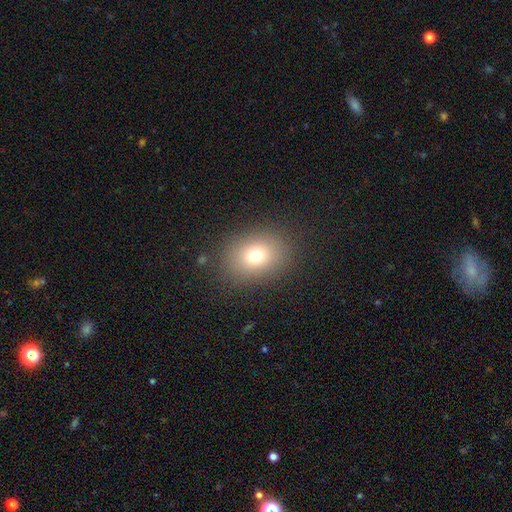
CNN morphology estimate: smooth-or-featured: smooth: 73% | star or artifact: 15% | featured or disk: 11%
  how-rounded: in between: 53% | round: 46% | cigar-shaped: 1%
  merging: none: 85% | minor disturbance: 9% | major disturbance: 5% | merger: 1%